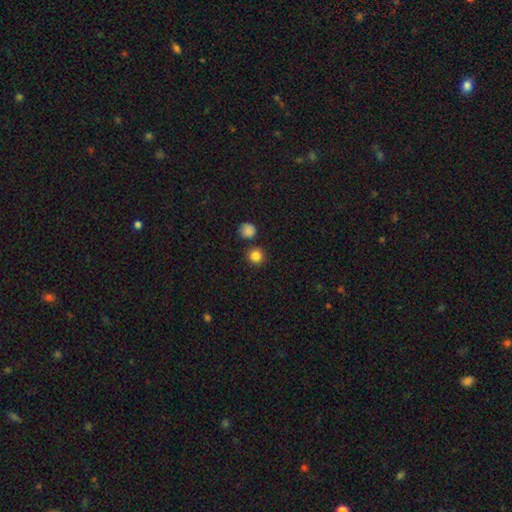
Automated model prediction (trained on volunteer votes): Overall: smooth (85%). How rounded: round (94%). Merging: none (87%).